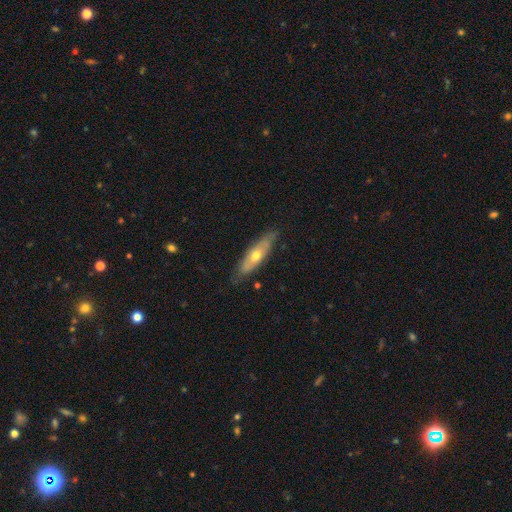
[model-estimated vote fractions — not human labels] Morphology: type=featured or disk (51%); edge-on=yes (53%); merging=none (79%).